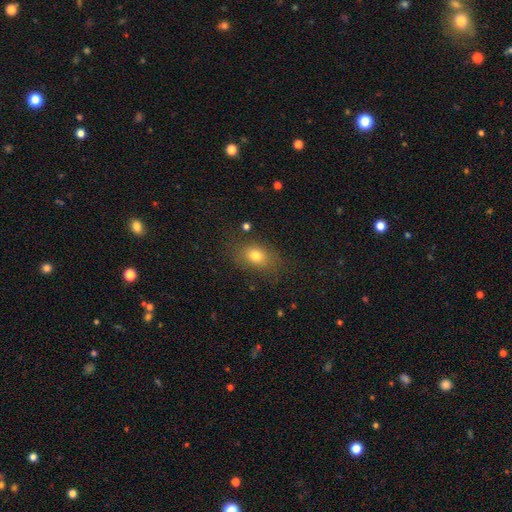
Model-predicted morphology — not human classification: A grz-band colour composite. It shows a smooth galaxy with no disk features (77%) that is in between round and cigar-shaped (73%). Merging: none (75%).